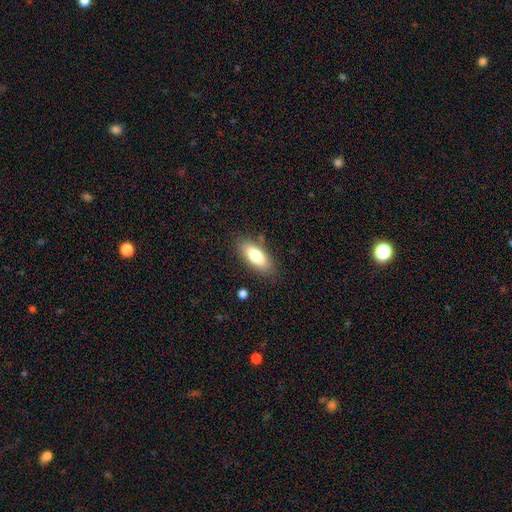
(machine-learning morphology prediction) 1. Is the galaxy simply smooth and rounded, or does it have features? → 78% smooth, 15% featured or disk, 7% star or artifact.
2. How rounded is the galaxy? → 78% in between, 20% cigar-shaped, 2% round.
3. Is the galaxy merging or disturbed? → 82% none, 12% minor disturbance, 3% major disturbance, 2% merger.